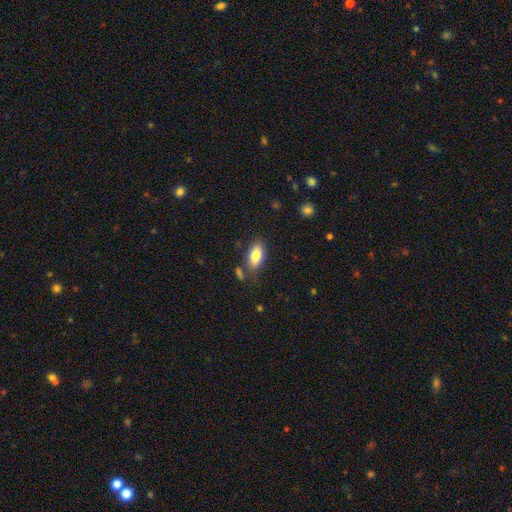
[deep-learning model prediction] Smooth or featured? smooth (82%)
How rounded? in between (90%)
Merging? none (76%)